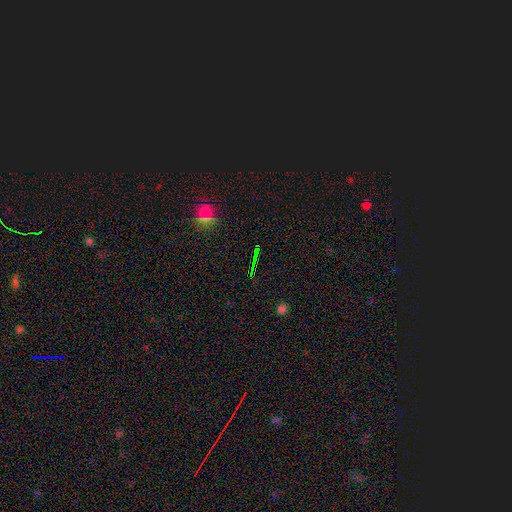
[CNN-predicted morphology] The model was most divided on "smooth or featured": star or artifact: 71%, smooth: 15%, featured or disk: 14%.